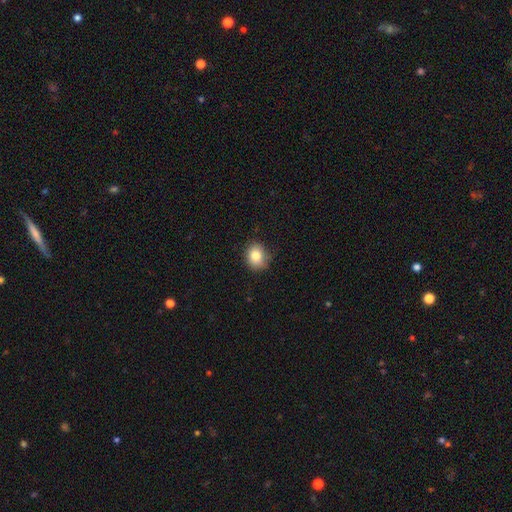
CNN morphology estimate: smooth_or_featured: smooth (p=0.82) [alt: star or artifact p=0.10]
how_rounded: round (p=0.67) [alt: in between p=0.32]
merging: none (p=0.78) [alt: minor disturbance p=0.17]